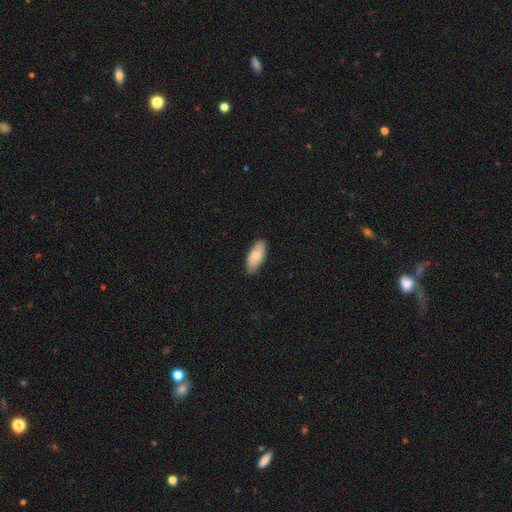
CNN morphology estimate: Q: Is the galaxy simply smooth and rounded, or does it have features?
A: smooth — 76%.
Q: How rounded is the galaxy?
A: in between — 86%.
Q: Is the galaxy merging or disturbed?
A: none — 85%.